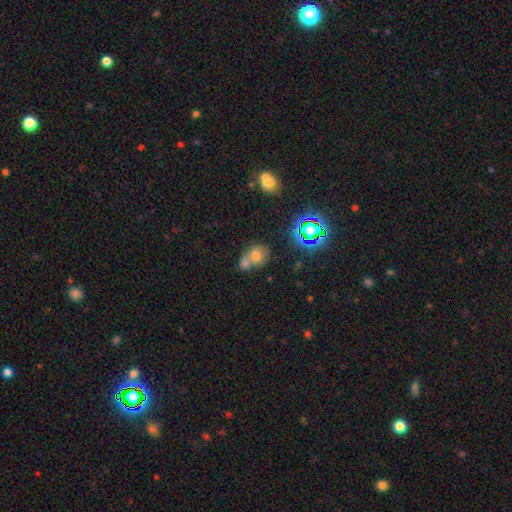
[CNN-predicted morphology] Smooth or featured? smooth (66%)
How rounded? round (63%)
Merging? merger (57%)